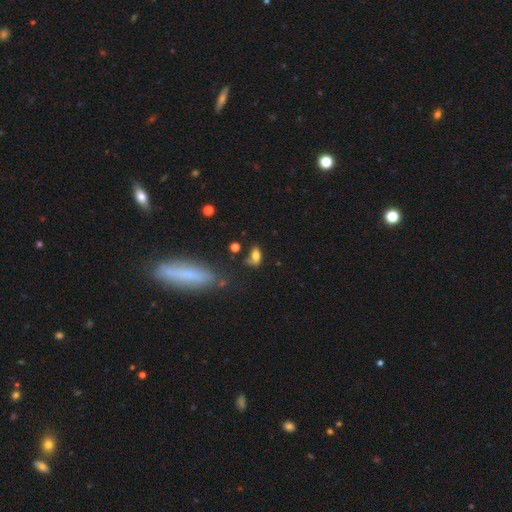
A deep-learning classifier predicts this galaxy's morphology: Smooth or featured: smooth — 74% (featured or disk — 14%)
How rounded: in between — 82% (round — 11%)
Merging: none — 53% (minor disturbance — 25%)